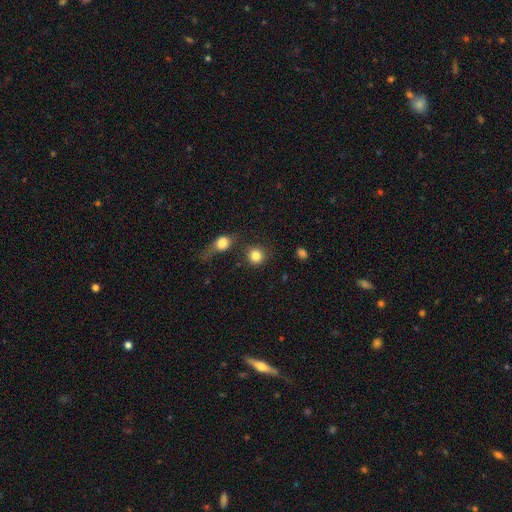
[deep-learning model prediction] smooth_or_featured: smooth (p=0.84) [alt: star or artifact p=0.10]
how_rounded: round (p=0.89) [alt: in between p=0.10]
merging: none (p=0.73) [alt: merger p=0.12]